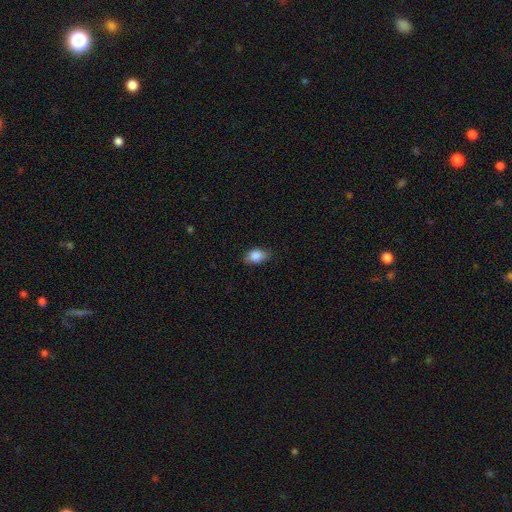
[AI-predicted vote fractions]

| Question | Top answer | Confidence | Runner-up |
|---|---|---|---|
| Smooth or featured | smooth | 86% | star or artifact (8%) |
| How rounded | in between | 82% | round (16%) |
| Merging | none | 75% | minor disturbance (20%) |